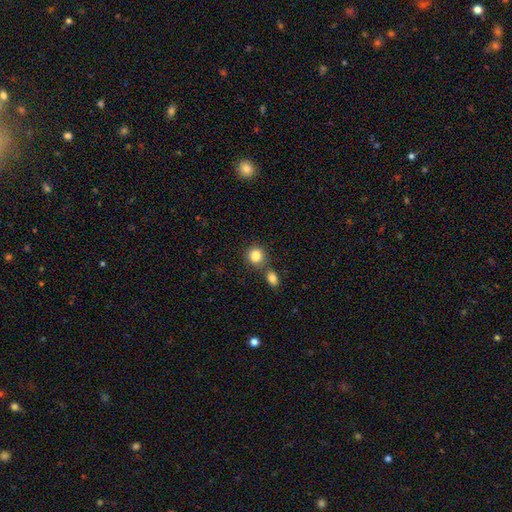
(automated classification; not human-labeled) smooth 84%, star or artifact 10%, featured or disk 6%. Down the decision tree: how rounded — round (82%); merging — none (66%).